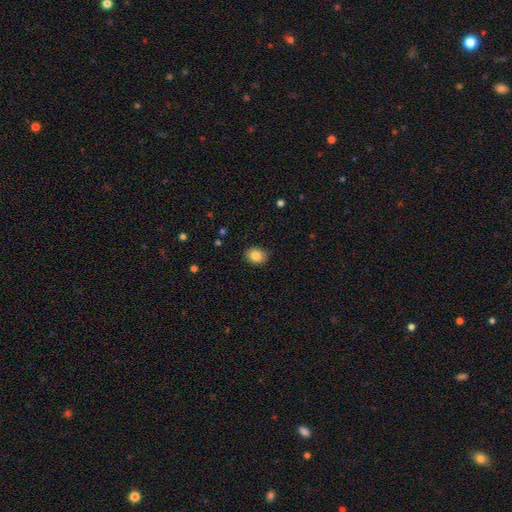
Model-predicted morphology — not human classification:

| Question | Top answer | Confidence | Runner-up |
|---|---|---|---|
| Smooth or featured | smooth | 84% | star or artifact (8%) |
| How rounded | in between | 54% | round (45%) |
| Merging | none | 86% | minor disturbance (11%) |